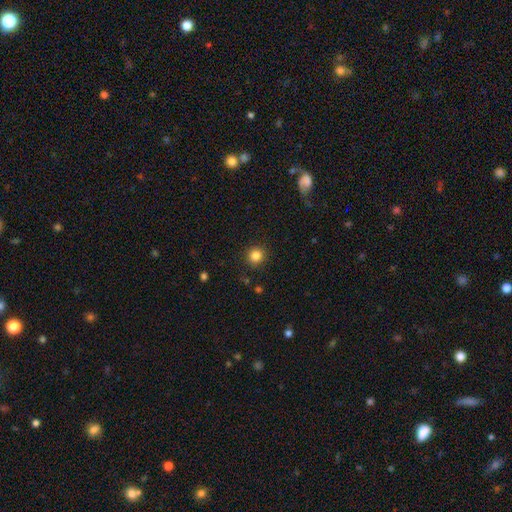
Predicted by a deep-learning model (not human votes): Smooth or featured?
  - smooth: 84% *
  - star or artifact: 11%
  - featured or disk: 5%
How rounded?
  - round: 93% *
  - in between: 6%
  - cigar-shaped: 1%
Merging?
  - none: 90% *
  - minor disturbance: 6%
  - major disturbance: 2%
  - merger: 1%